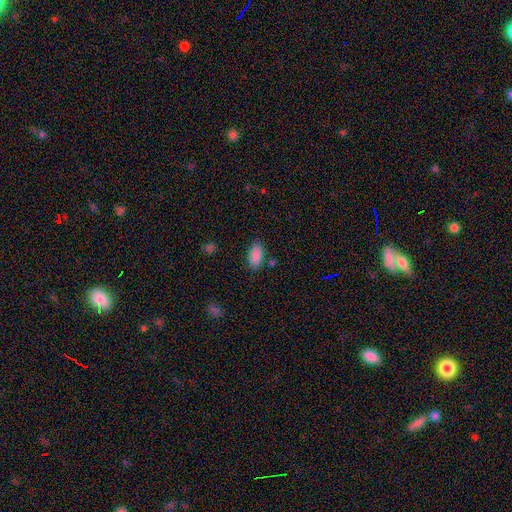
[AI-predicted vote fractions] The model was most divided on "merging": none: 83%, minor disturbance: 11%, major disturbance: 3%, merger: 3%. More confident: how rounded — in between (93%); smooth or featured — smooth (89%).